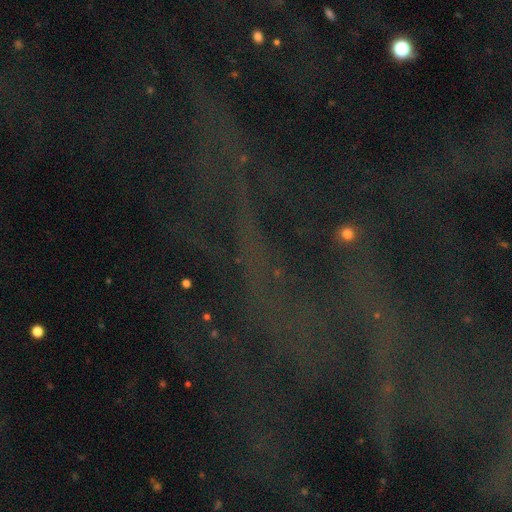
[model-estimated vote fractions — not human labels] Smooth or featured?
  - star or artifact: 79% *
  - featured or disk: 12%
  - smooth: 9%